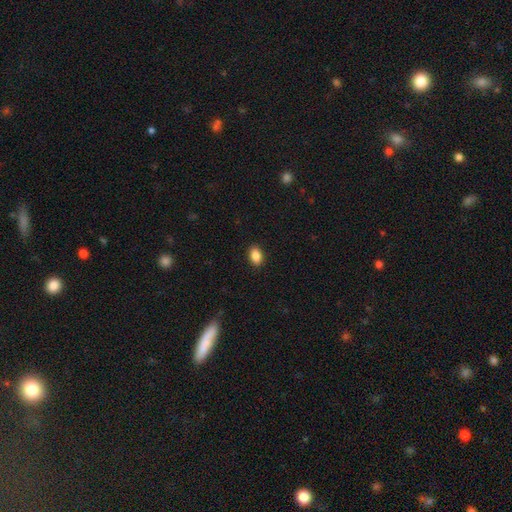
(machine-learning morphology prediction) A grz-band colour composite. It shows a smooth galaxy with no disk features (87%) that is in between round and cigar-shaped (84%). Merging: none (90%).